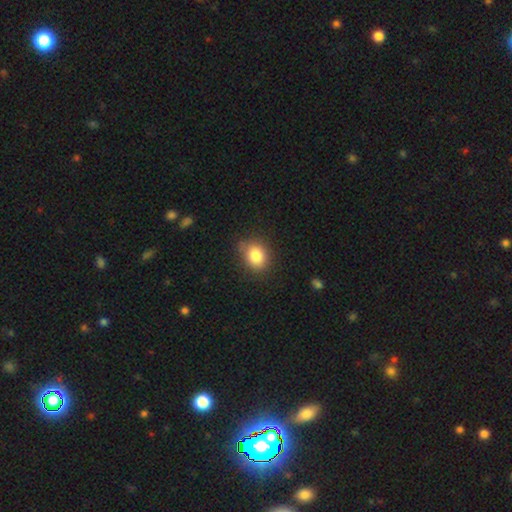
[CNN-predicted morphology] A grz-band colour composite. It shows a smooth galaxy with no disk features (84%) that is round (54%). Merging: none (74%).